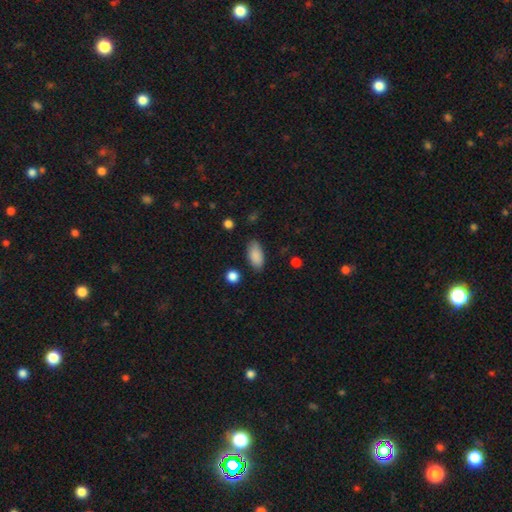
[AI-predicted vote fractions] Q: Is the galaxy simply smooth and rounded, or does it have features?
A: smooth — 88%.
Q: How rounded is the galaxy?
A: in between — 91%.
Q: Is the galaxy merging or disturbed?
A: none — 83%.